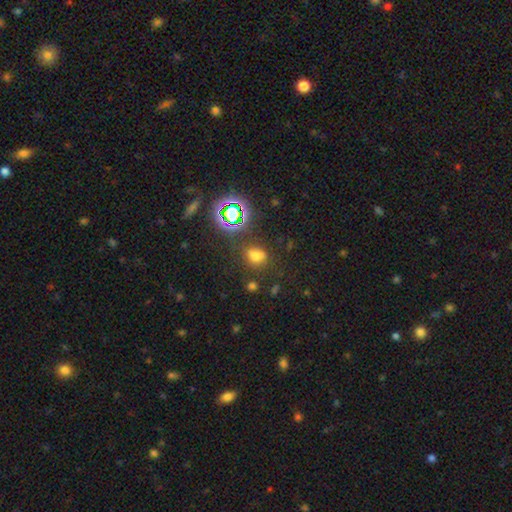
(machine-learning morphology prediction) This appears to be a smooth galaxy with no disk features (59%) that is round (49%). Merging: none (62%).